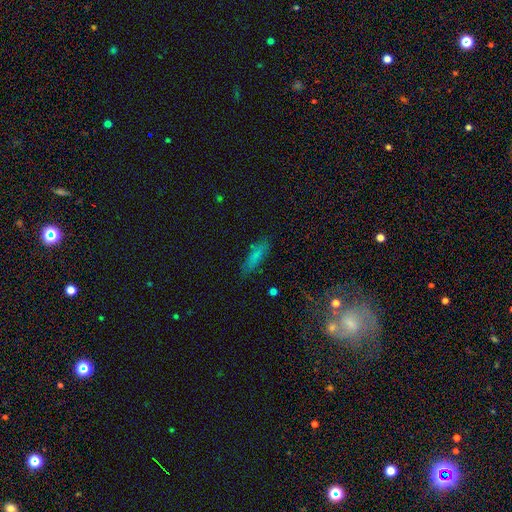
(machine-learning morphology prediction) type=smooth (74%); roundness=cigar-shaped (57%); merging=none (78%).